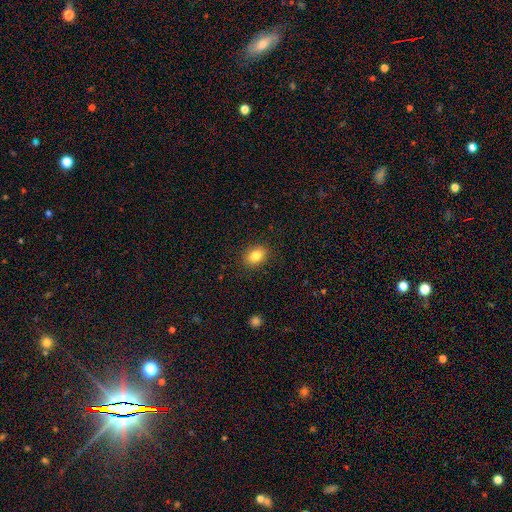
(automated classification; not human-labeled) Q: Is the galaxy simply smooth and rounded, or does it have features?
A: smooth — 83%.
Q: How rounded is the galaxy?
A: in between — 64%.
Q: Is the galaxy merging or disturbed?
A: none — 89%.